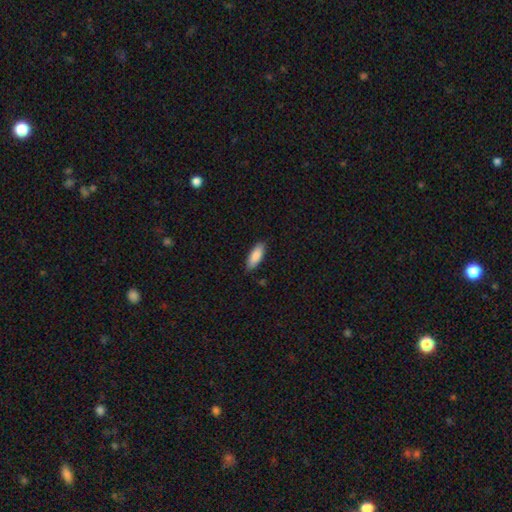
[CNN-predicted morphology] smooth-or-featured: smooth: 86% | featured or disk: 8% | star or artifact: 6%
  how-rounded: in between: 71% | cigar-shaped: 28% | round: 2%
  merging: none: 86% | minor disturbance: 11% | major disturbance: 2% | merger: 1%